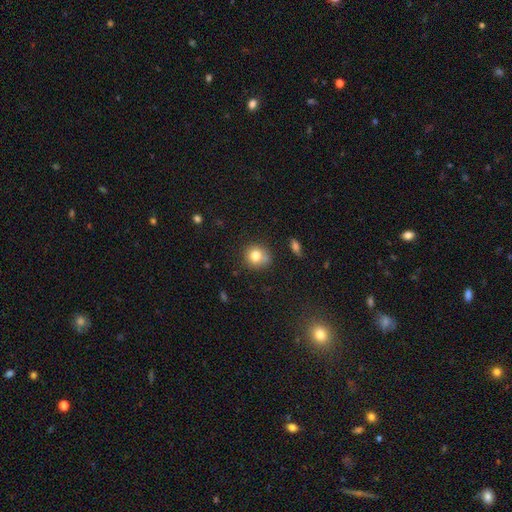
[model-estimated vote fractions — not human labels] smooth_or_featured: smooth (p=0.78) [alt: star or artifact p=0.11]
how_rounded: round (p=0.84) [alt: in between p=0.15]
merging: none (p=0.67) [alt: minor disturbance p=0.17]